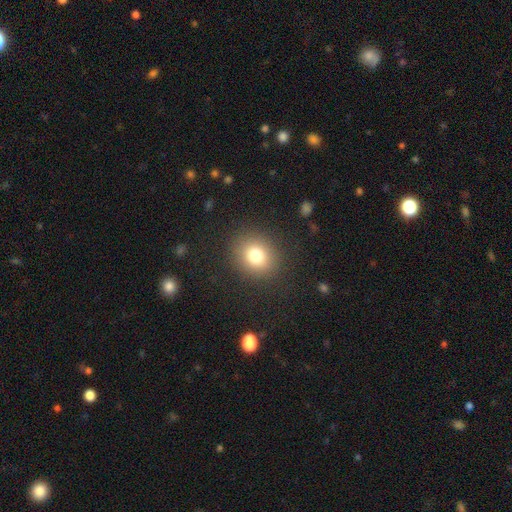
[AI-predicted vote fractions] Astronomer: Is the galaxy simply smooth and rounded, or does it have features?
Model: smooth — 79%.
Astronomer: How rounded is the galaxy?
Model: round — 72%.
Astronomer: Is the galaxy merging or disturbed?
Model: none — 88%.